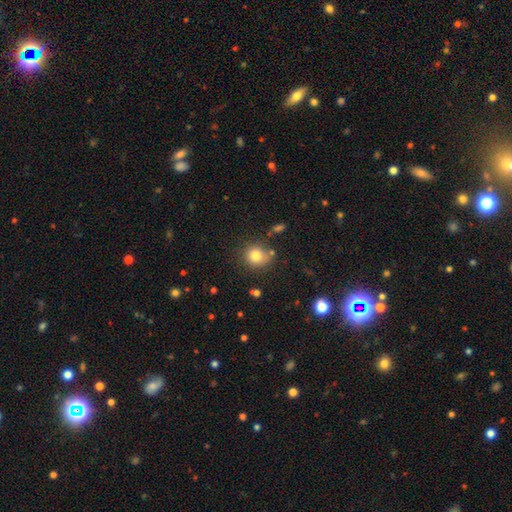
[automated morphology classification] smooth-or-featured: smooth: 79% | star or artifact: 12% | featured or disk: 9%
  how-rounded: round: 86% | in between: 13% | cigar-shaped: 1%
  merging: none: 76% | minor disturbance: 14% | merger: 6% | major disturbance: 4%